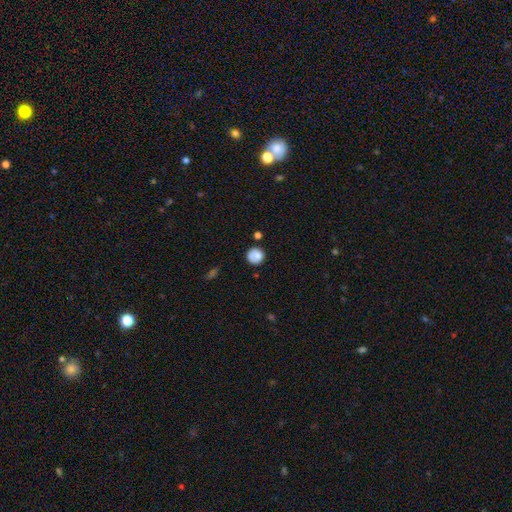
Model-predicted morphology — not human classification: type=smooth (74%); roundness=round (90%); merging=none (73%).